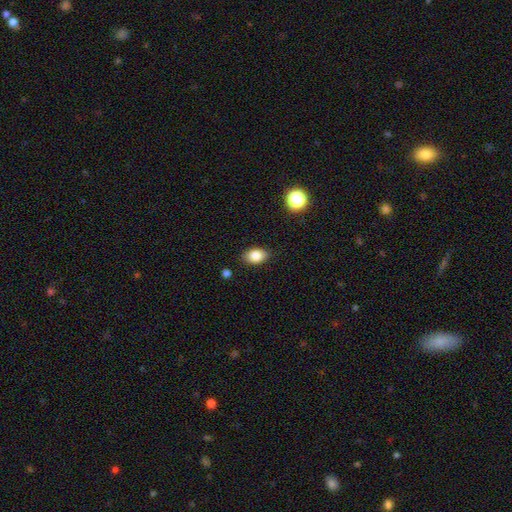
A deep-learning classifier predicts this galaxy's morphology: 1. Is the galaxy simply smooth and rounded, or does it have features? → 84% smooth, 9% star or artifact, 7% featured or disk.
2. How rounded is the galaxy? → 82% in between, 17% round, 1% cigar-shaped.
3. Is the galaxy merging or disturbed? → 84% none, 11% minor disturbance, 3% major disturbance, 2% merger.